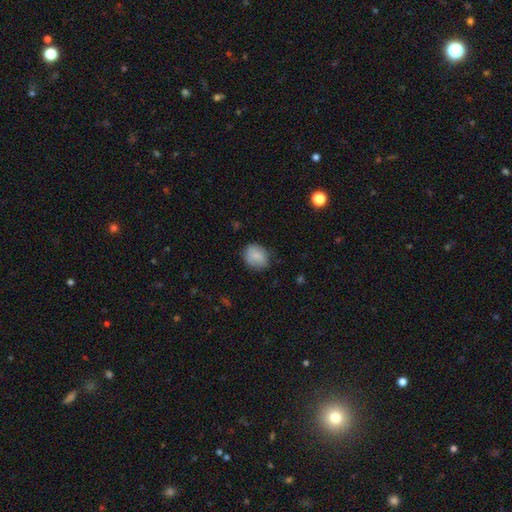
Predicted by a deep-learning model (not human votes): A smooth galaxy with no disk features (83%) that is round (58%). Merging: none (75%).